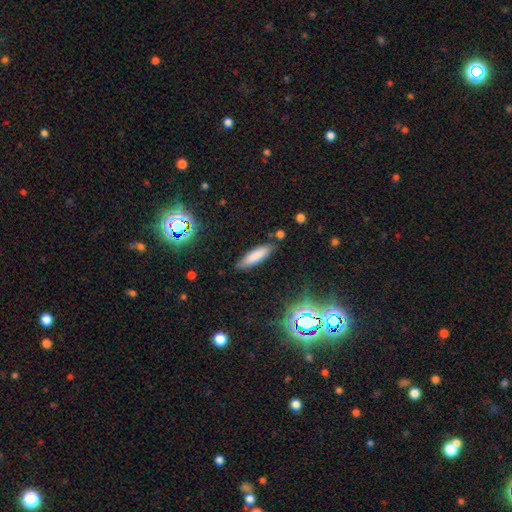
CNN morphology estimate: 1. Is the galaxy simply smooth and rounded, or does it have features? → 80% smooth, 11% featured or disk, 9% star or artifact.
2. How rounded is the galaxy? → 61% cigar-shaped, 38% in between, 2% round.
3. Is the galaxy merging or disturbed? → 83% none, 12% minor disturbance, 2% merger, 2% major disturbance.